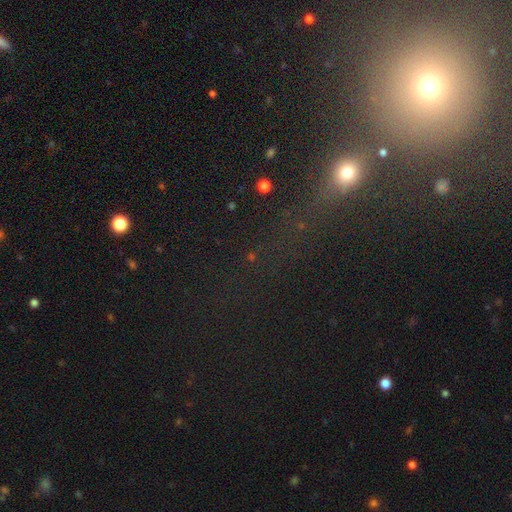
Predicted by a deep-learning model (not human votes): smooth-or-featured: star or artifact: 60% | smooth: 25% | featured or disk: 14%